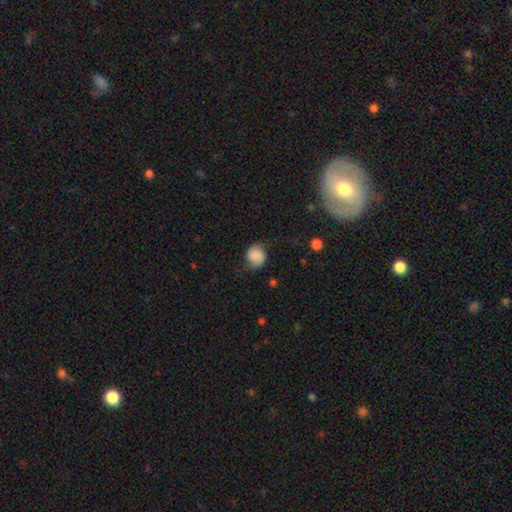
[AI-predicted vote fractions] smooth 58%, featured or disk 32%, star or artifact 10%. Down the decision tree: how rounded — round (77%); merging — none (62%).